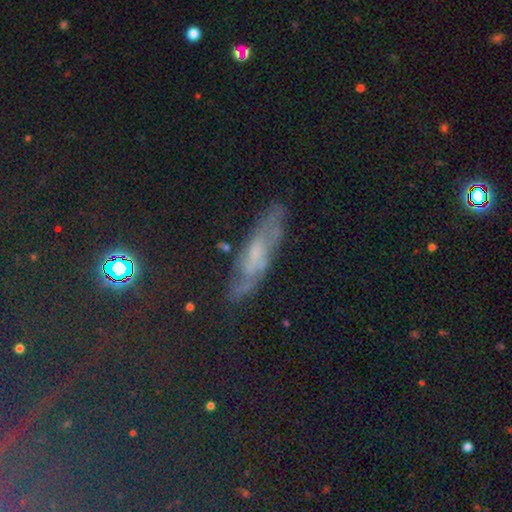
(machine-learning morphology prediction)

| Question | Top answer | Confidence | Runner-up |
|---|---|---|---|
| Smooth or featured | featured or disk | 48% | smooth (30%) |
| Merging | none | 69% | minor disturbance (21%) |